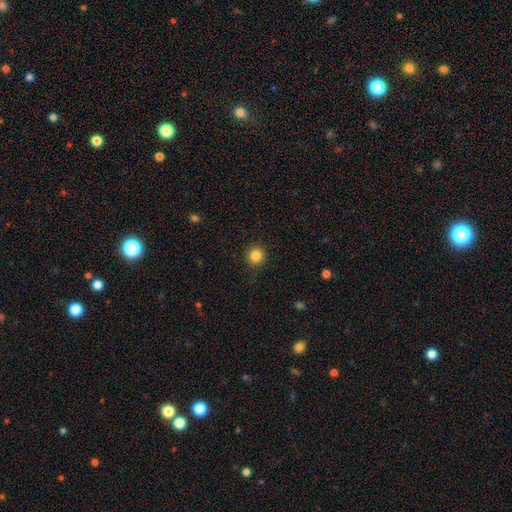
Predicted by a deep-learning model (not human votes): A smooth galaxy with no disk features (84%) that is round (93%).

Vote fractions:
- Smooth or featured? smooth: 84% / star or artifact: 11% / featured or disk: 5%
- How rounded? round: 93% / in between: 6% / cigar-shaped: 1%
- Merging? none: 87% / minor disturbance: 10% / major disturbance: 3% / merger: 1%